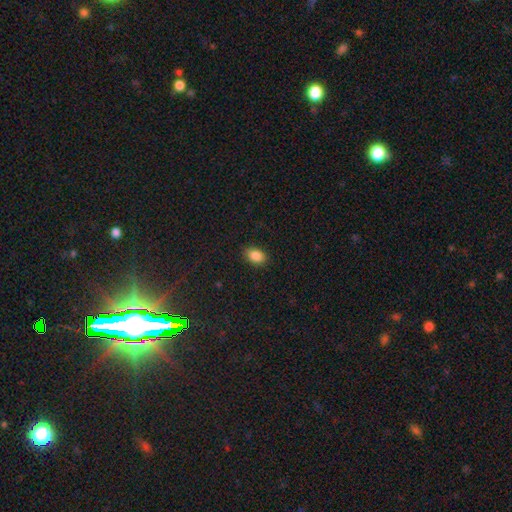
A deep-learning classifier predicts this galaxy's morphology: smooth 87%, star or artifact 9%, featured or disk 4%. Down the decision tree: how rounded — in between (83%); merging — none (87%).